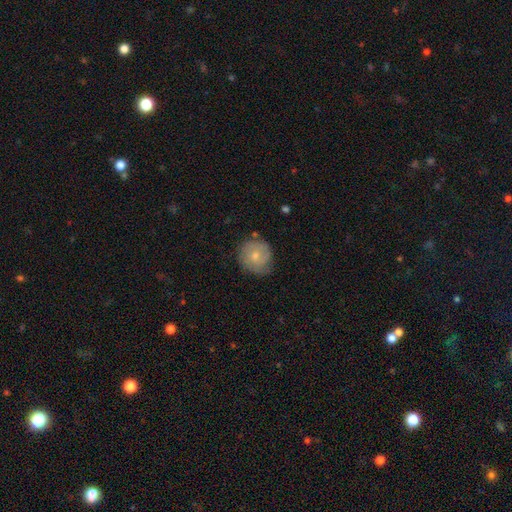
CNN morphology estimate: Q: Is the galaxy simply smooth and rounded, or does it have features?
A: smooth — 56%.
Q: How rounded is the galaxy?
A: round — 89%.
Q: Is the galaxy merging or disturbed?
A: none — 69%.